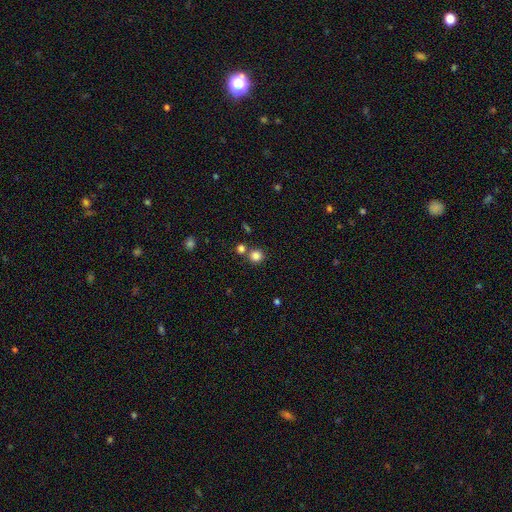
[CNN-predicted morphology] smooth 83%, star or artifact 12%, featured or disk 5%. Down the decision tree: how rounded — round (90%); merging — none (72%).